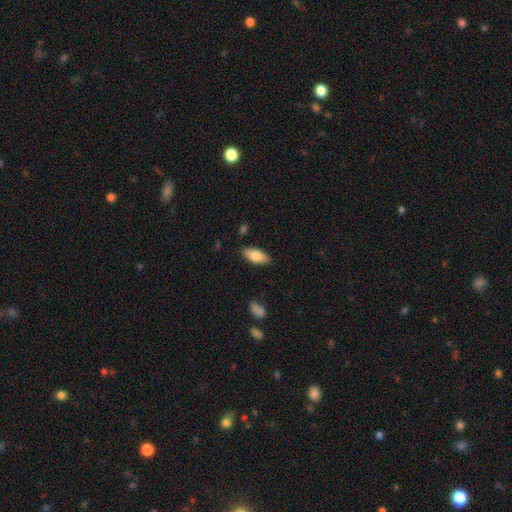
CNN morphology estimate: Overall: smooth (80%). How rounded: in between (86%). Merging: none (85%).